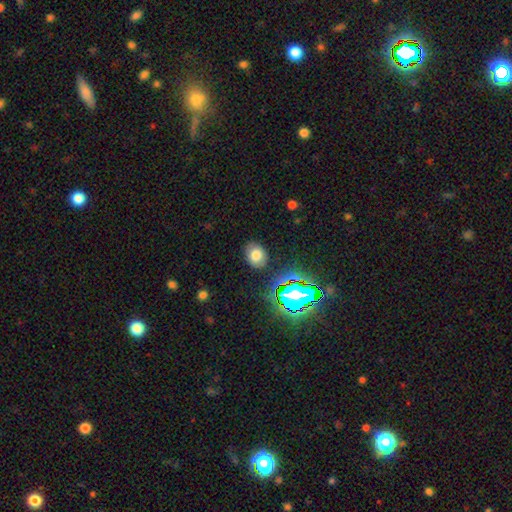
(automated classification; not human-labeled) Smooth or featured: smooth — 72% (star or artifact — 18%)
How rounded: in between — 59% (round — 40%)
Merging: none — 83% (minor disturbance — 12%)